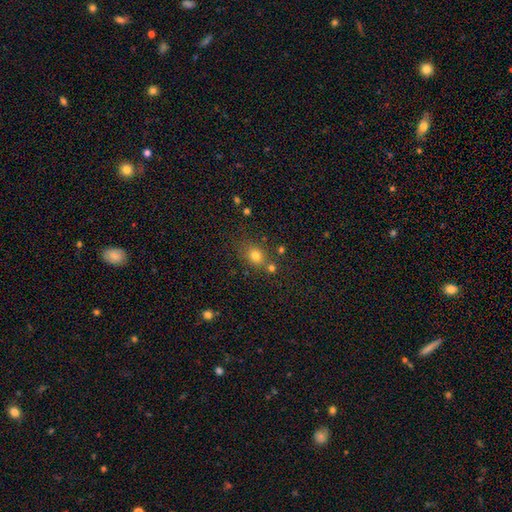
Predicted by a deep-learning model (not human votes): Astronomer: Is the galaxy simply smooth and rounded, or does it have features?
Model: smooth — 75%.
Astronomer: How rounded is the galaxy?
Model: round — 59% (runner-up: in between, 39%).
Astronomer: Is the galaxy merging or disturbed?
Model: none — 65%.